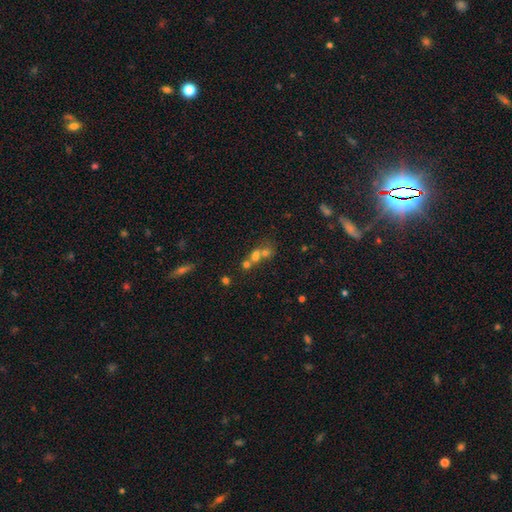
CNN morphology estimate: Smooth or featured: smooth — 56% (featured or disk — 22%)
How rounded: round — 70% (in between — 27%)
Merging: merger — 60% (none — 28%)